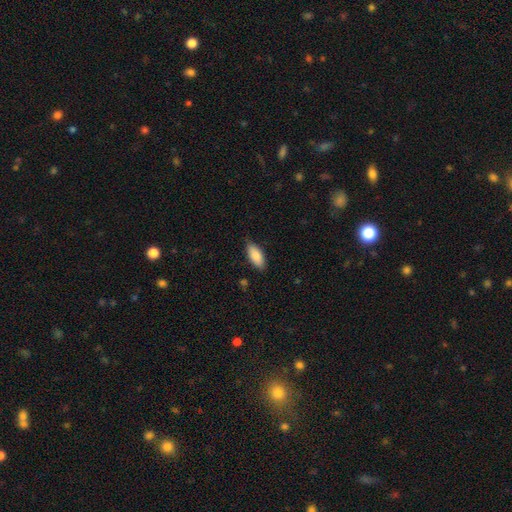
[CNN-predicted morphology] Smooth or featured?
  - smooth: 85% *
  - featured or disk: 9%
  - star or artifact: 6%
How rounded?
  - in between: 86% *
  - cigar-shaped: 12%
  - round: 2%
Merging?
  - none: 84% *
  - minor disturbance: 13%
  - major disturbance: 2%
  - merger: 1%